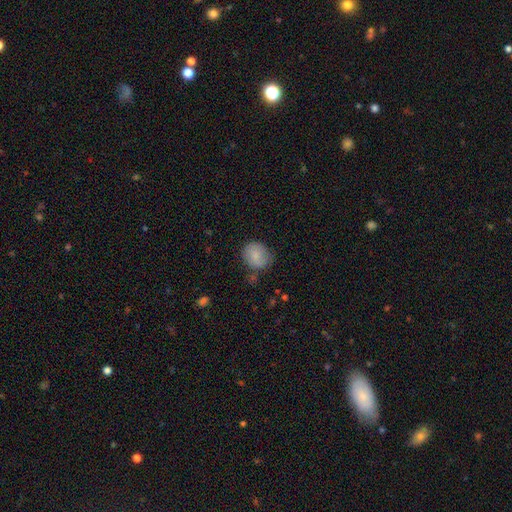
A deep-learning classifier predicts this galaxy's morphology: Overall: smooth (79%). How rounded: round (67%; in between 32%). Merging: none (67%).